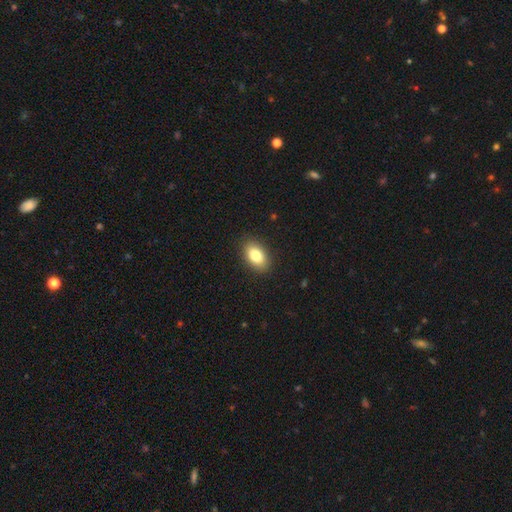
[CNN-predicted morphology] This is clearly a smooth galaxy (83%). How rounded: clearly in between (89%). Merging: clearly none (89%).